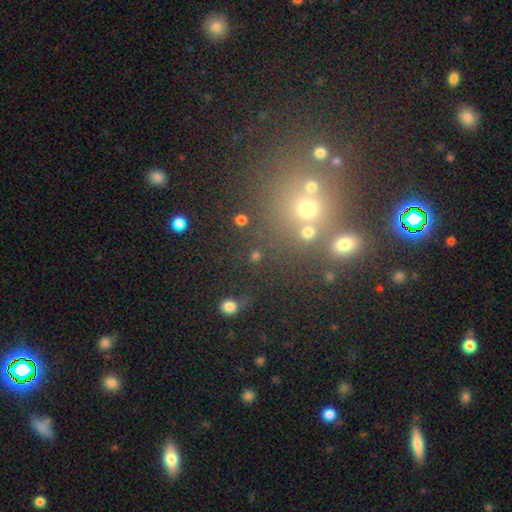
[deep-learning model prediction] smooth_or_featured: smooth (p=0.46) [alt: star or artifact p=0.41]
merging: none (p=0.66) [alt: merger p=0.19]